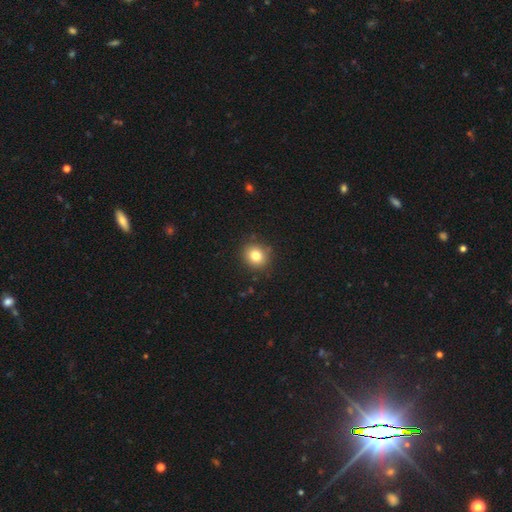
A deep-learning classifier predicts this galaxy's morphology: smooth-or-featured: smooth: 80% | star or artifact: 11% | featured or disk: 8%
  how-rounded: round: 82% | in between: 18% | cigar-shaped: 1%
  merging: none: 88% | minor disturbance: 9% | major disturbance: 2% | merger: 1%